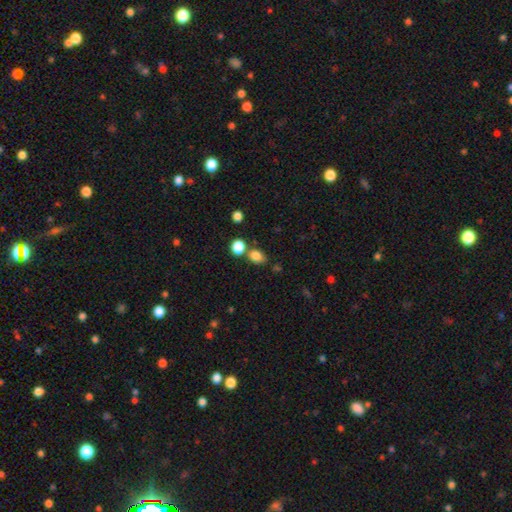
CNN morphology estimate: type=smooth (83%); roundness=in between (58%); merging=none (64%).